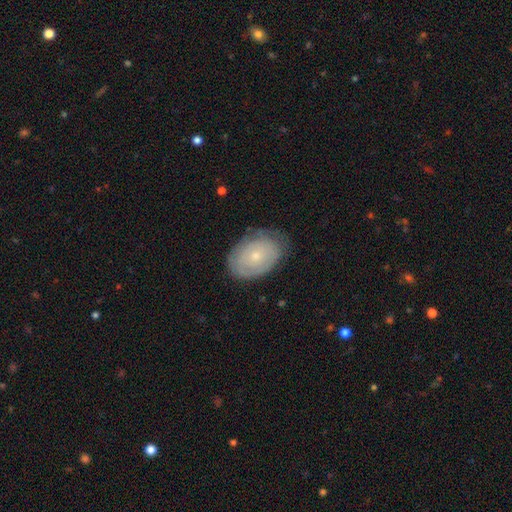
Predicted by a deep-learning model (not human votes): smooth_or_featured: featured or disk (p=0.49) [alt: smooth p=0.44]
merging: none (p=0.75) [alt: minor disturbance p=0.19]